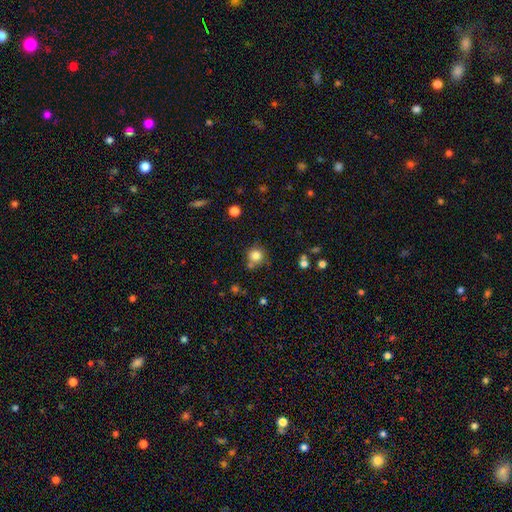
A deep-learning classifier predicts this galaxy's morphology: Smooth or featured?
  - smooth: 82% *
  - star or artifact: 12%
  - featured or disk: 6%
How rounded?
  - round: 92% *
  - in between: 7%
  - cigar-shaped: 1%
Merging?
  - none: 69% *
  - minor disturbance: 13%
  - merger: 13%
  - major disturbance: 4%